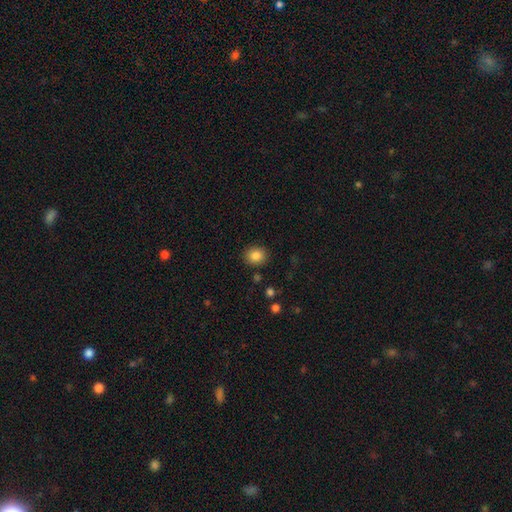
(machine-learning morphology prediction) A smooth galaxy with no disk features (84%) that is round (69%). Merging: none (89%).